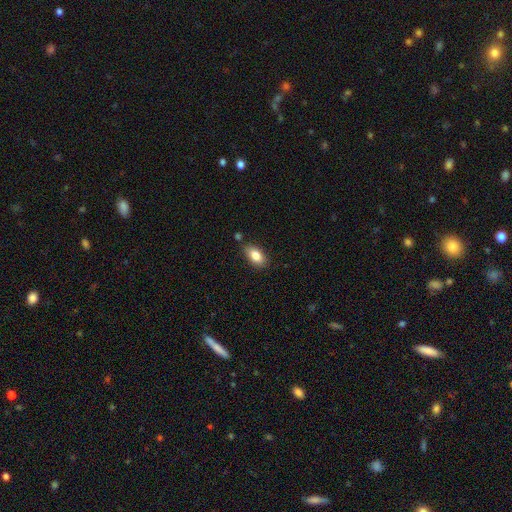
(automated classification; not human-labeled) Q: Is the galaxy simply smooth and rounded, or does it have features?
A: smooth — 84%.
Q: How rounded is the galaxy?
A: in between — 90%.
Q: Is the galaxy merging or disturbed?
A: none — 80%.